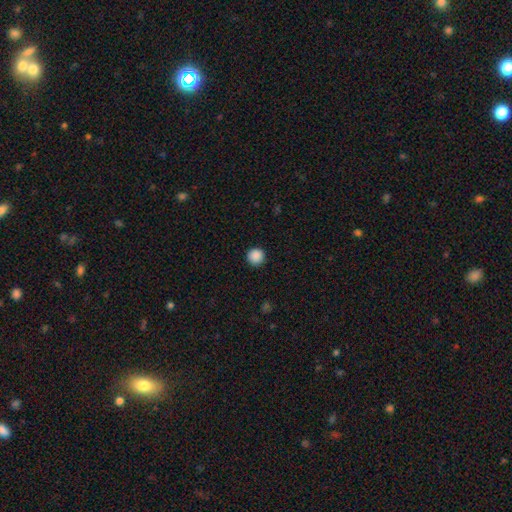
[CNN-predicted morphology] type=smooth (89%); roundness=round (96%); merging=none (92%).